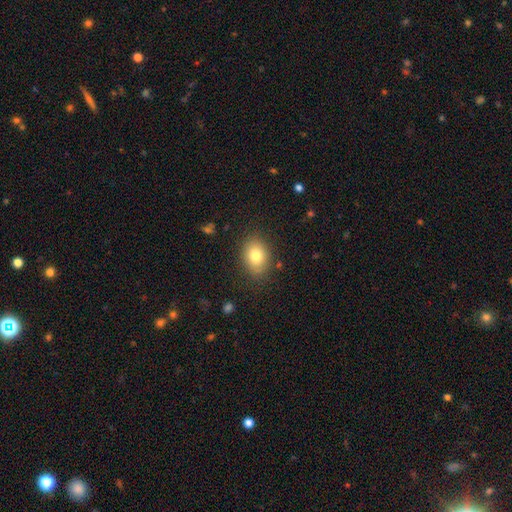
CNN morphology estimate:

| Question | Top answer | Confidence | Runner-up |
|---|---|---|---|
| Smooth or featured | smooth | 79% | featured or disk (12%) |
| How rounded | in between | 70% | round (29%) |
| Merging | none | 83% | minor disturbance (12%) |